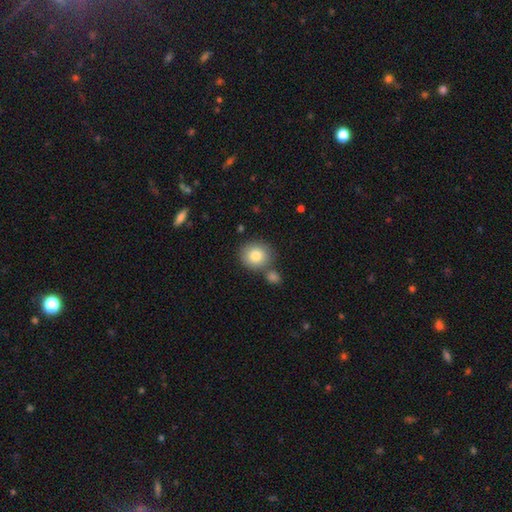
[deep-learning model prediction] smooth_or_featured: smooth (p=0.81) [alt: featured or disk p=0.10]
how_rounded: round (p=0.85) [alt: in between p=0.14]
merging: none (p=0.69) [alt: merger p=0.18]